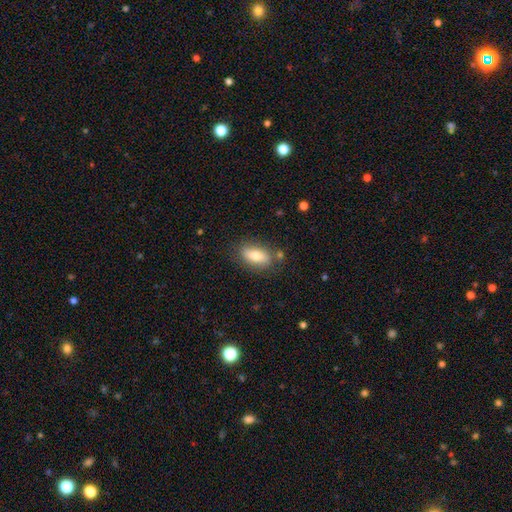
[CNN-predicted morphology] type=smooth (75%); roundness=in between (85%); merging=none (79%).